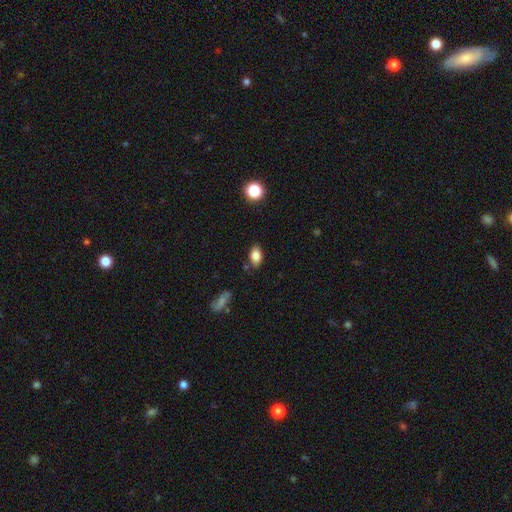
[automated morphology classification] The model was most divided on "merging": none: 82%, minor disturbance: 13%, merger: 3%, major disturbance: 3%. More confident: how rounded — in between (88%); smooth or featured — smooth (82%).